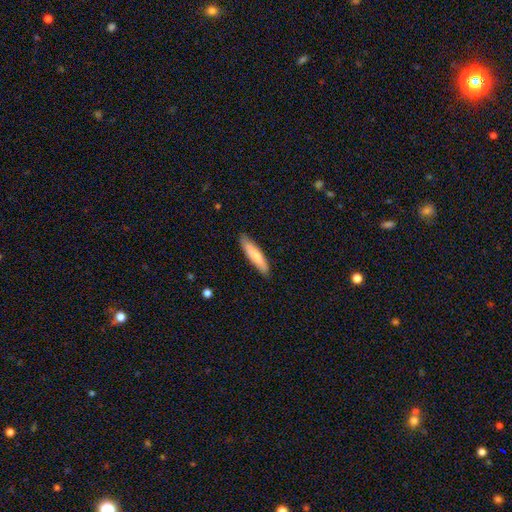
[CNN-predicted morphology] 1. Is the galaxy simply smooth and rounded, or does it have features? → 74% smooth, 20% featured or disk, 5% star or artifact.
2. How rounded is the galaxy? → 81% cigar-shaped, 18% in between, 1% round.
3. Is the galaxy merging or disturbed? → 87% none, 10% minor disturbance, 2% major disturbance, 1% merger.